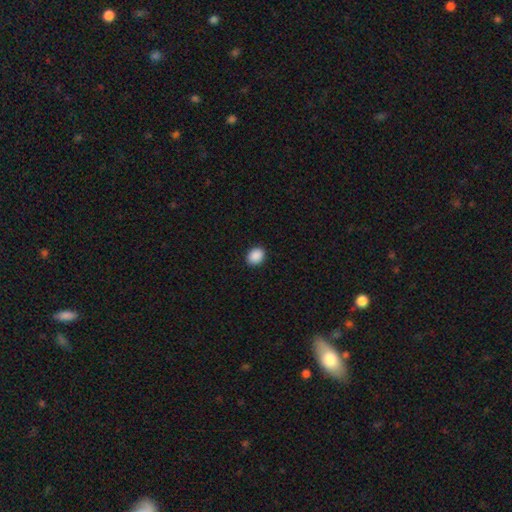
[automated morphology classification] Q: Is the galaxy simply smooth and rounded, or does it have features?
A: smooth — 90%.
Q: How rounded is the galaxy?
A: in between — 56%.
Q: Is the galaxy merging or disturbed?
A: none — 91%.